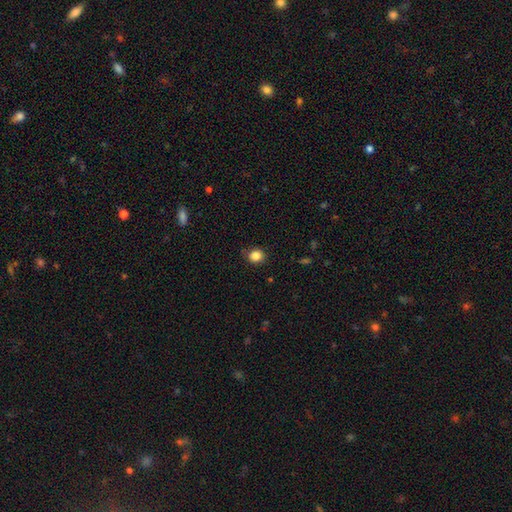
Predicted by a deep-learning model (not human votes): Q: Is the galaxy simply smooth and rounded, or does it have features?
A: smooth — 85%.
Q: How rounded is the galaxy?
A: round — 76%.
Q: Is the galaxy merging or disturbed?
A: none — 84%.